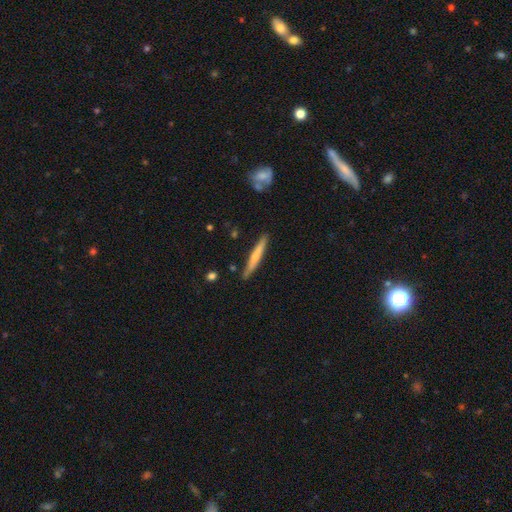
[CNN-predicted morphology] Smooth or featured? Predicted: smooth (p=0.54). How rounded? Predicted: cigar-shaped (p=0.95). Merging? Predicted: none (p=0.87).